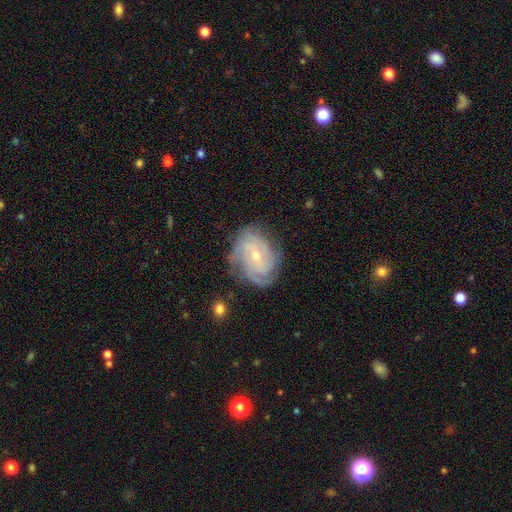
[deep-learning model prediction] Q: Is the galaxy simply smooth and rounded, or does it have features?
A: featured or disk — 83%.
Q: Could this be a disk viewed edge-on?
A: no — 97%.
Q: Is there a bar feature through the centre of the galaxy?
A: no — 52%.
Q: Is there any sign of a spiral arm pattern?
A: yes — 94%.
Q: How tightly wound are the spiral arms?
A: tight — 65%.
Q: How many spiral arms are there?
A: can't tell — 33%.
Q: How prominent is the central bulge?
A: small — 60%.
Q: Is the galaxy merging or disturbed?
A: none — 71%.